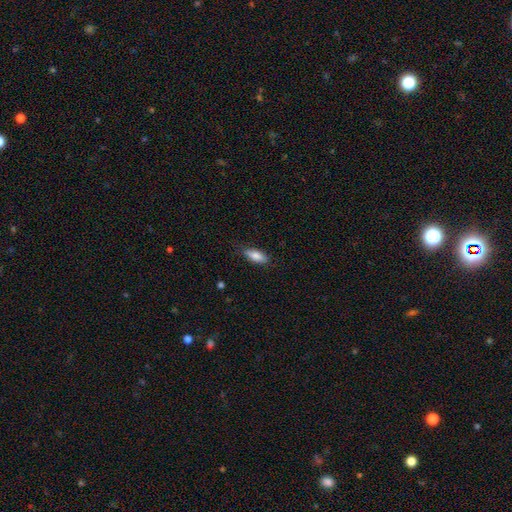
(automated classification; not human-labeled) This is clearly a smooth galaxy (83%). How rounded: likely in between (76%). Merging: clearly none (81%).